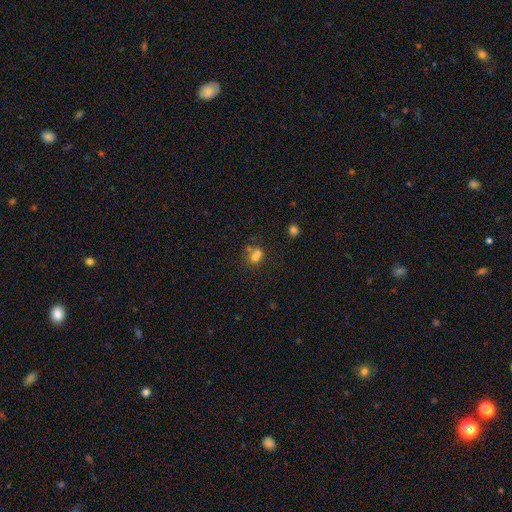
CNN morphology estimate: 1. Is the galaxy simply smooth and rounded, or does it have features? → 69% smooth, 17% star or artifact, 14% featured or disk.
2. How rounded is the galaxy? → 54% round, 44% in between, 2% cigar-shaped.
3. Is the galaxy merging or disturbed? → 41% merger, 40% none, 12% minor disturbance, 6% major disturbance.